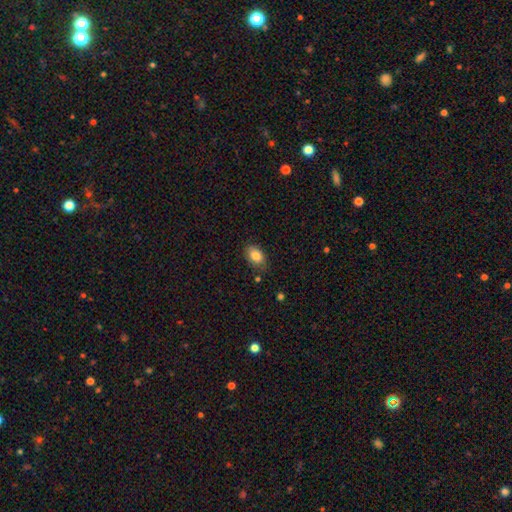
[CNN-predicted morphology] Smooth or featured? smooth (84%)
How rounded? in between (85%)
Merging? none (79%)